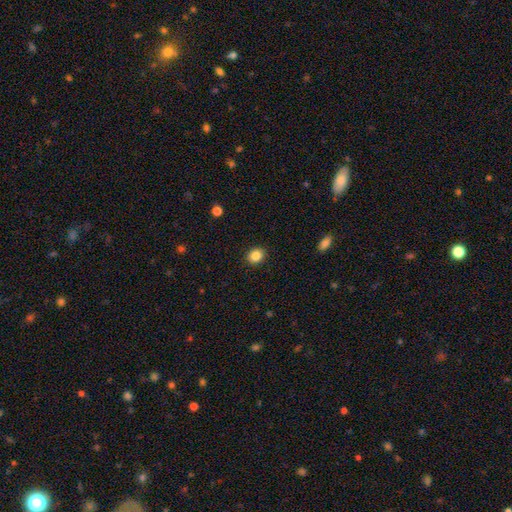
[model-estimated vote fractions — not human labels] Smooth or featured? smooth (85%)
How rounded? round (62%)
Merging? none (91%)